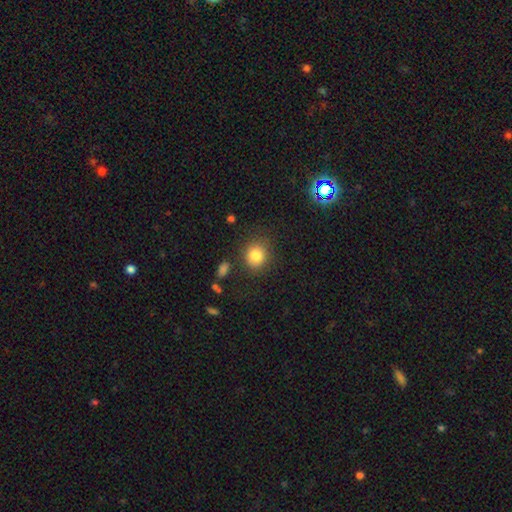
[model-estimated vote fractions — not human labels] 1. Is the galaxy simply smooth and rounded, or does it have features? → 83% smooth, 11% star or artifact, 7% featured or disk.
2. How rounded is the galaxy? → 78% round, 21% in between, 1% cigar-shaped.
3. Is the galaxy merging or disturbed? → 83% none, 11% minor disturbance, 4% major disturbance, 3% merger.